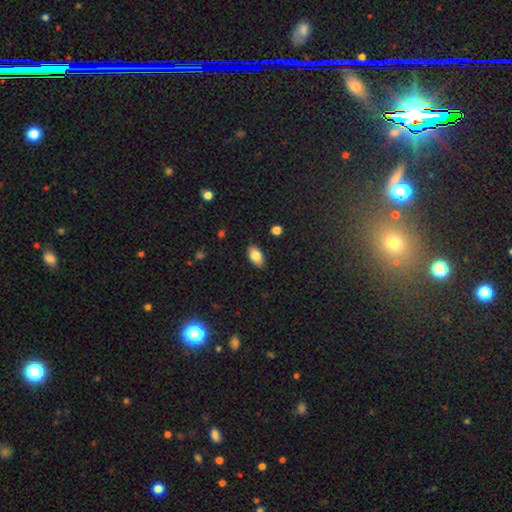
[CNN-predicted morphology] smooth_or_featured: smooth (p=0.82) [alt: featured or disk p=0.11]
how_rounded: in between (p=0.93) [alt: round p=0.05]
merging: none (p=0.87) [alt: minor disturbance p=0.10]